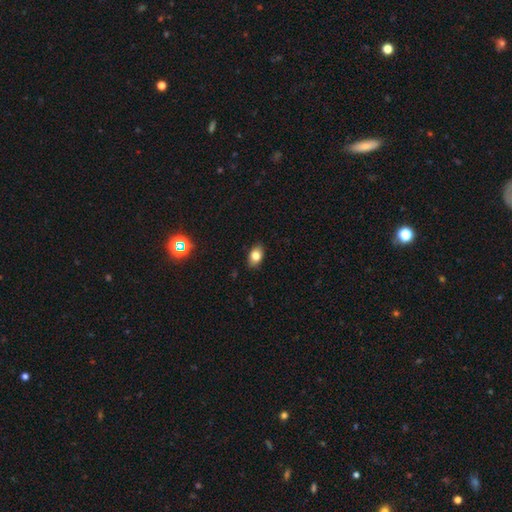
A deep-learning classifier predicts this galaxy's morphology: Overall: smooth (79%). How rounded: in between (87%). Merging: none (87%).